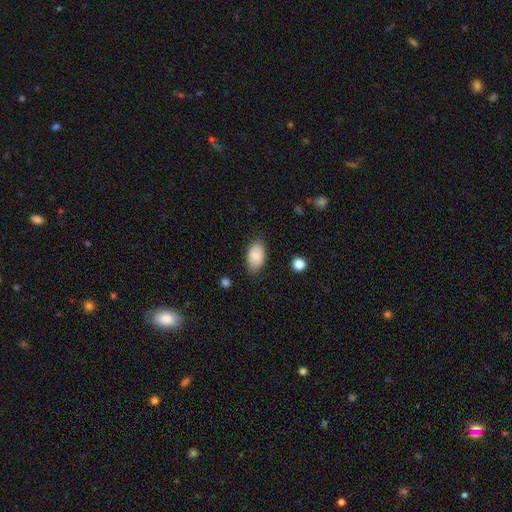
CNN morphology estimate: type=smooth (86%); roundness=in between (92%); merging=none (80%).